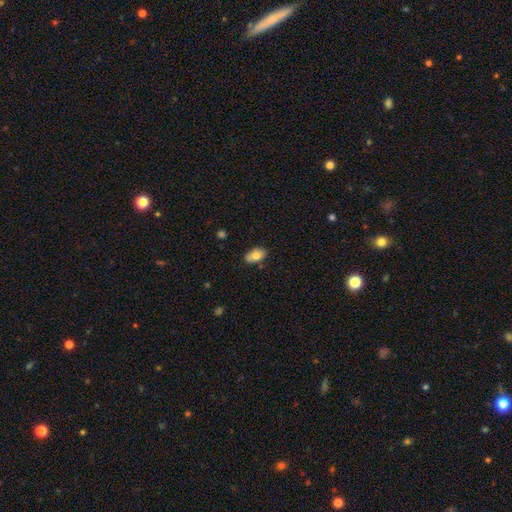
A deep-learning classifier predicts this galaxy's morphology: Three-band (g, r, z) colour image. It shows a smooth galaxy with no disk features (76%) that is in between round and cigar-shaped (92%). Merging: none (82%).